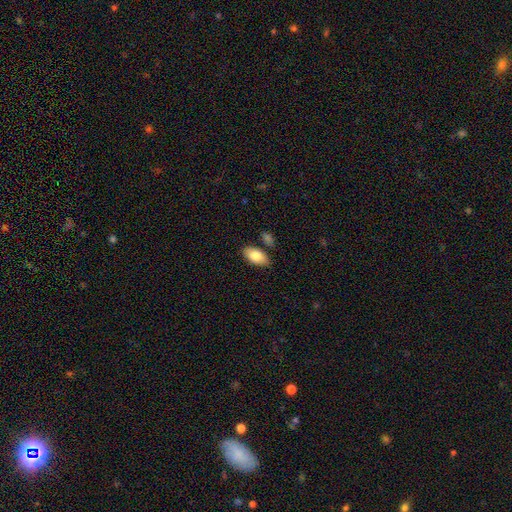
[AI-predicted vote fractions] The model was most divided on "smooth or featured": smooth: 81%, featured or disk: 13%, star or artifact: 6%. More confident: how rounded — in between (94%); merging — none (80%).